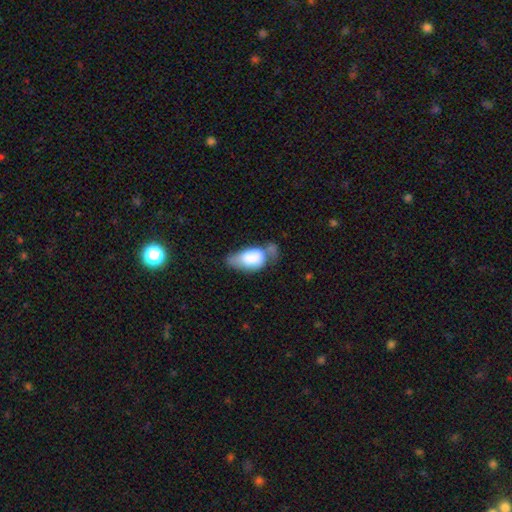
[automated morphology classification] smooth-or-featured: smooth: 75% | featured or disk: 18% | star or artifact: 7%
  how-rounded: in between: 92% | round: 5% | cigar-shaped: 3%
  merging: merger: 28% | minor disturbance: 27% | major disturbance: 23% | none: 22%